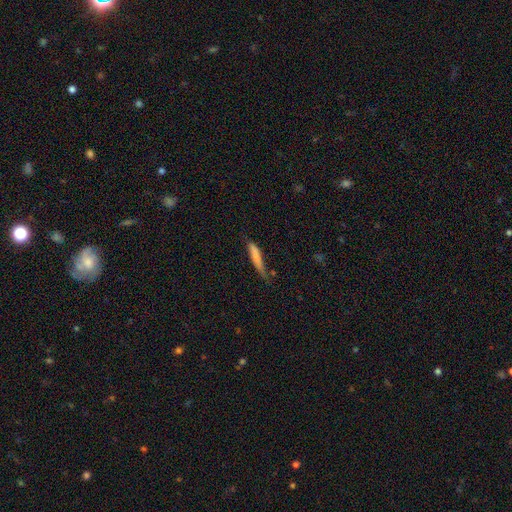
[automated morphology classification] A smooth galaxy with no disk features (75%) that is cigar-shaped (88%). Merging: none (48%).